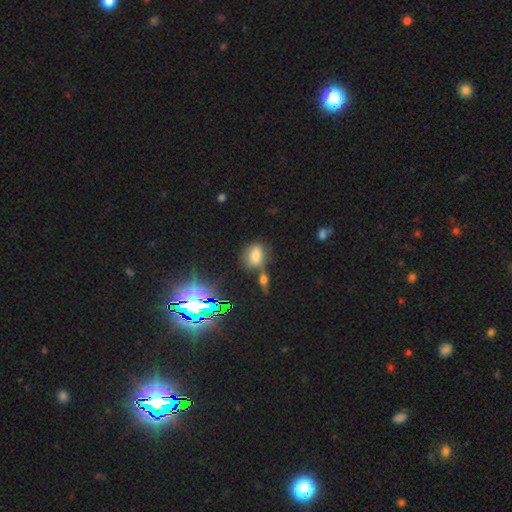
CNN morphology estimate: smooth-or-featured: smooth: 67% | star or artifact: 22% | featured or disk: 11%
  how-rounded: in between: 51% | round: 46% | cigar-shaped: 2%
  merging: none: 61% | merger: 20% | minor disturbance: 14% | major disturbance: 5%